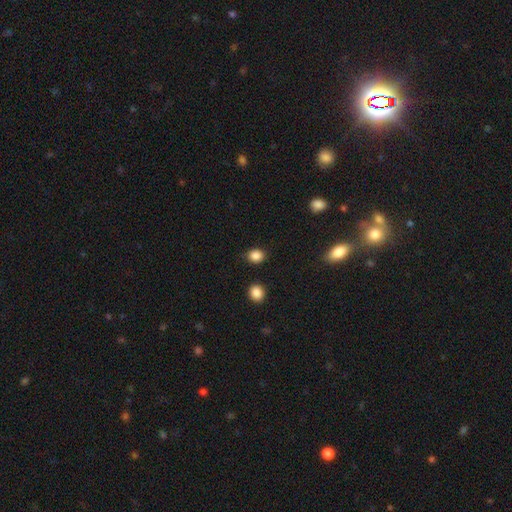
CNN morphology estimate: This is clearly a smooth galaxy (86%). How rounded: likely round (65%). Merging: clearly none (84%).